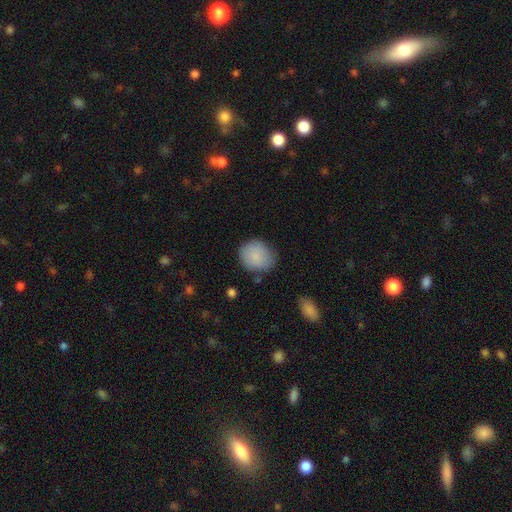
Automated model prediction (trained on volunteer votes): Smooth or featured?
  - smooth: 85% *
  - featured or disk: 8%
  - star or artifact: 7%
How rounded?
  - round: 74% *
  - in between: 25%
  - cigar-shaped: 1%
Merging?
  - none: 72% *
  - minor disturbance: 21%
  - major disturbance: 5%
  - merger: 3%